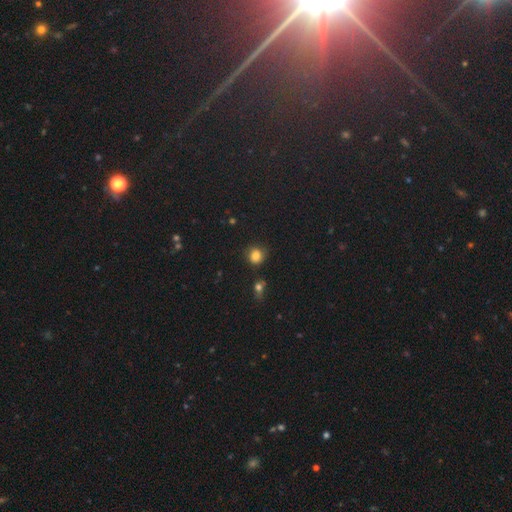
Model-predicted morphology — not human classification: smooth-or-featured: smooth: 82% | star or artifact: 13% | featured or disk: 5%
  how-rounded: round: 84% | in between: 15% | cigar-shaped: 1%
  merging: none: 74% | minor disturbance: 16% | merger: 6% | major disturbance: 4%